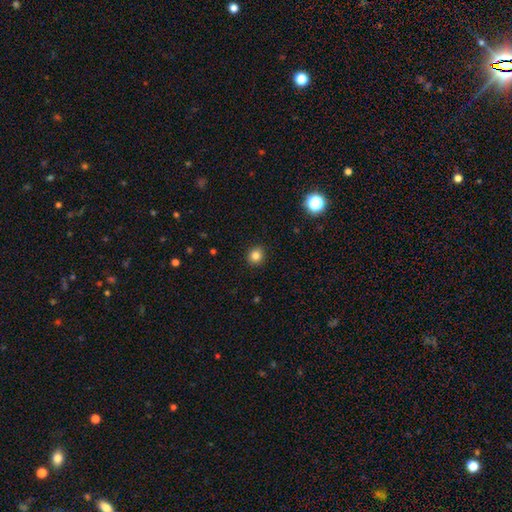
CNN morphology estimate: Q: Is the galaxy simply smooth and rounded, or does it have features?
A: smooth — 83%.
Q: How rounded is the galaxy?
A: round — 86%.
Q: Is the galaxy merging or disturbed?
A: none — 91%.